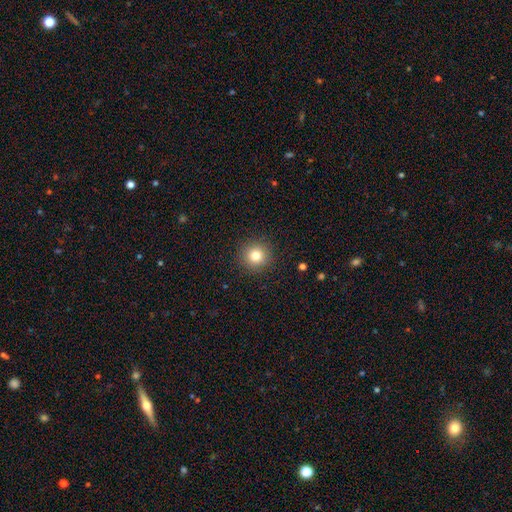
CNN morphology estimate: smooth_or_featured: smooth (p=0.80) [alt: star or artifact p=0.12]
how_rounded: round (p=0.94) [alt: in between p=0.05]
merging: none (p=0.91) [alt: minor disturbance p=0.06]